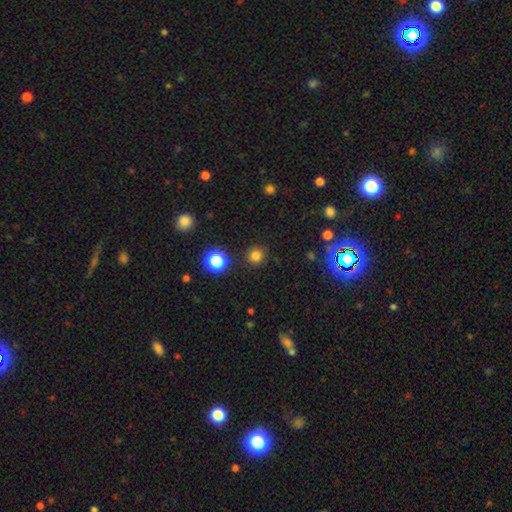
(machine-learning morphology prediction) Smooth or featured? Predicted: smooth (p=0.79). How rounded? Predicted: round (p=0.94). Merging? Predicted: none (p=0.90).